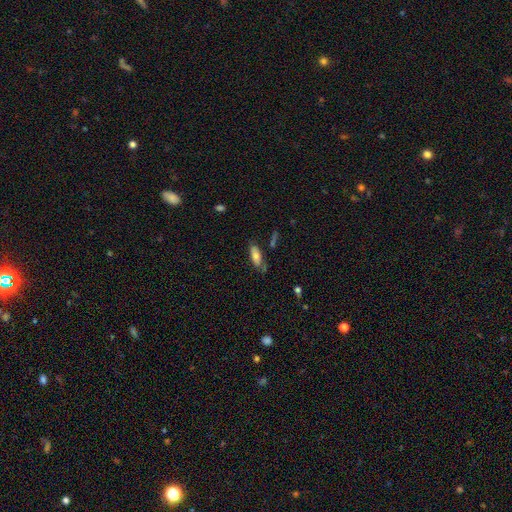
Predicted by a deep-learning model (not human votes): A smooth galaxy with no disk features (65%) that is in between round and cigar-shaped (74%). Merging: none (60%).